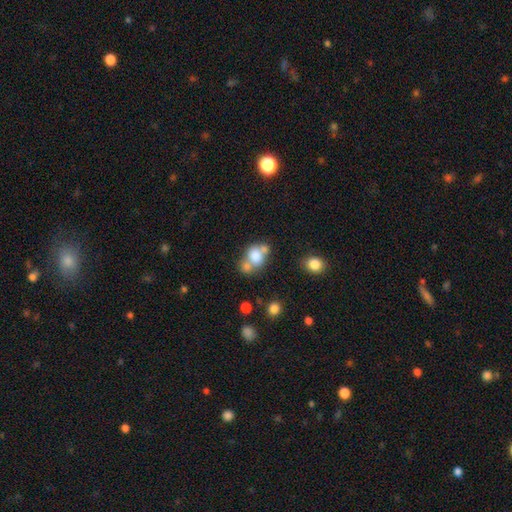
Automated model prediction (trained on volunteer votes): smooth 74%, featured or disk 15%, star or artifact 11%. Down the decision tree: how rounded — round (51%); merging — merger (49%).